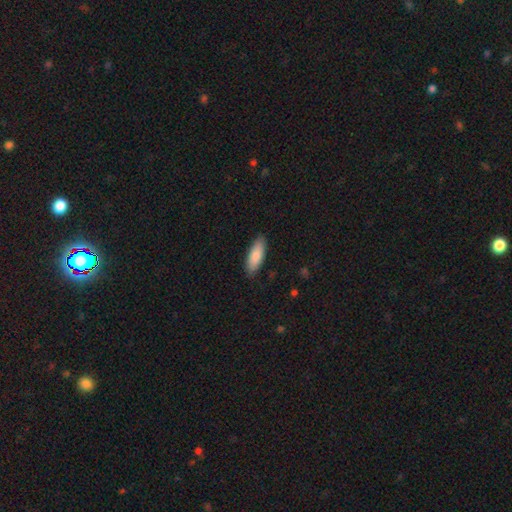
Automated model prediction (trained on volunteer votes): Smooth or featured? Predicted: smooth (p=0.87). How rounded? Predicted: in between (p=0.68). Merging? Predicted: none (p=0.86).